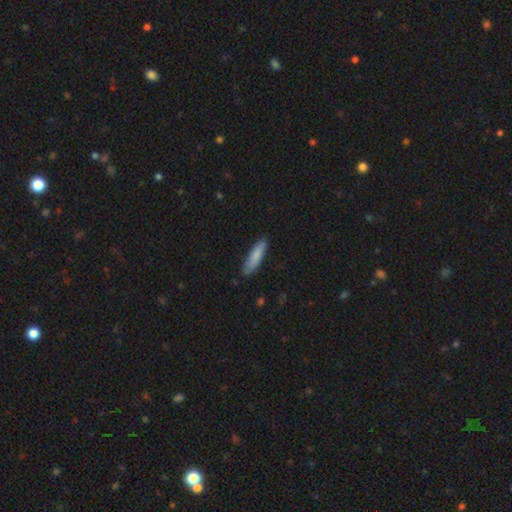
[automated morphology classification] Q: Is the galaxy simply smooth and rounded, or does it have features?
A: smooth — 82%.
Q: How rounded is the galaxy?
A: cigar-shaped — 73%.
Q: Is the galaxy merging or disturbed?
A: none — 84%.